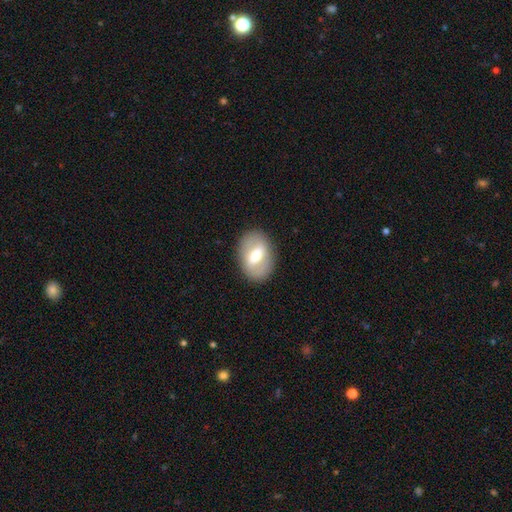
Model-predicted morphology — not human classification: smooth_or_featured: smooth (p=0.49) [alt: featured or disk p=0.44]
merging: none (p=0.86) [alt: minor disturbance p=0.10]